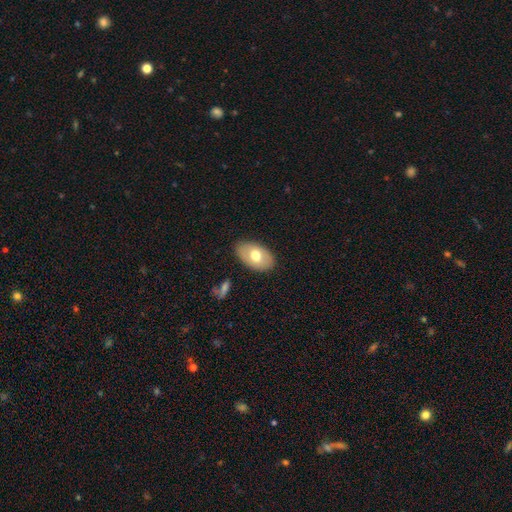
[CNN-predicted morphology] smooth 65%, featured or disk 29%, star or artifact 6%. Down the decision tree: how rounded — in between (91%); merging — none (85%).